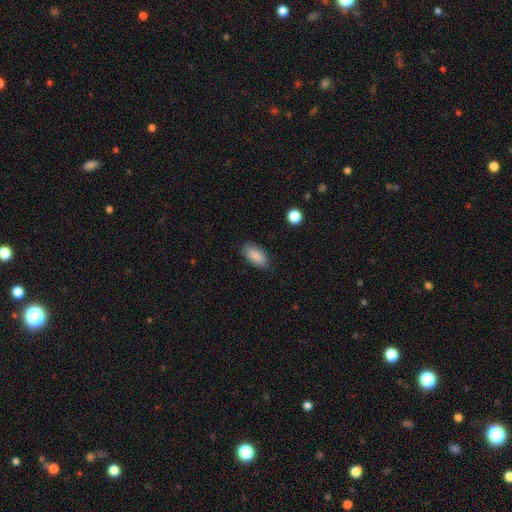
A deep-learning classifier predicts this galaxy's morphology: smooth 86%, star or artifact 7%, featured or disk 7%. Down the decision tree: how rounded — in between (92%); merging — none (79%).